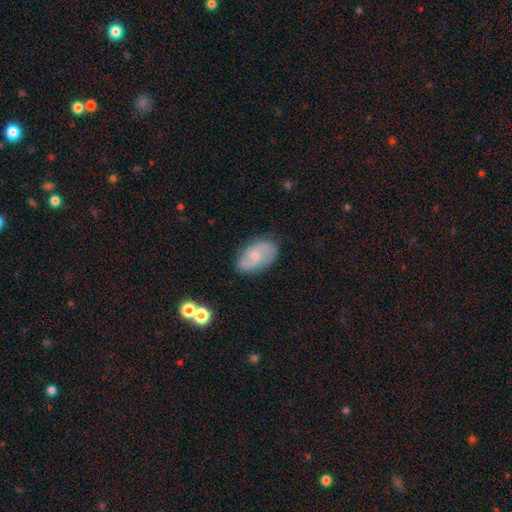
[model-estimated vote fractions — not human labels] Smooth or featured?
  - featured or disk: 50% *
  - smooth: 42%
  - star or artifact: 7%
Edge-on disk?
  - no: 94% *
  - yes: 6%
Merging?
  - none: 78% *
  - minor disturbance: 16%
  - major disturbance: 4%
  - merger: 2%